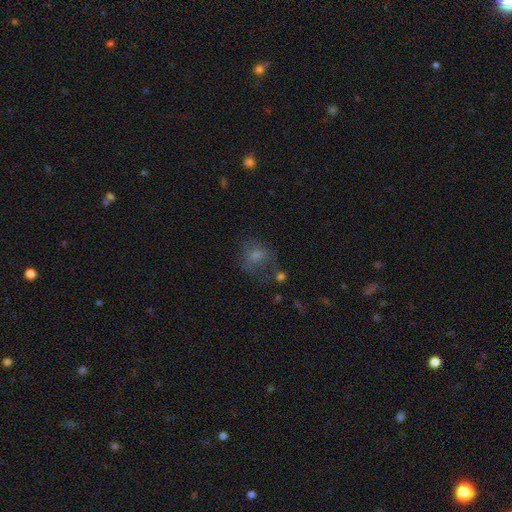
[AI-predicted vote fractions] Q: Smooth or featured?
A: smooth (63%); runner-up: featured or disk (21%)
Q: How rounded?
A: round (53%); runner-up: in between (46%)
Q: Merging?
A: none (45%); runner-up: major disturbance (27%)